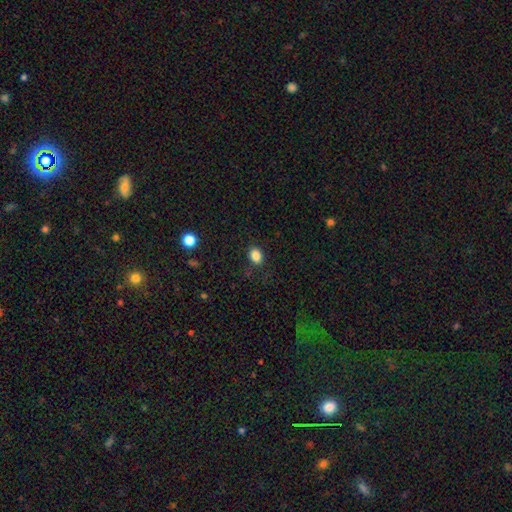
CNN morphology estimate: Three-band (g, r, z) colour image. It shows a smooth galaxy with no disk features (86%) that is in between round and cigar-shaped (61%). Merging: none (84%).